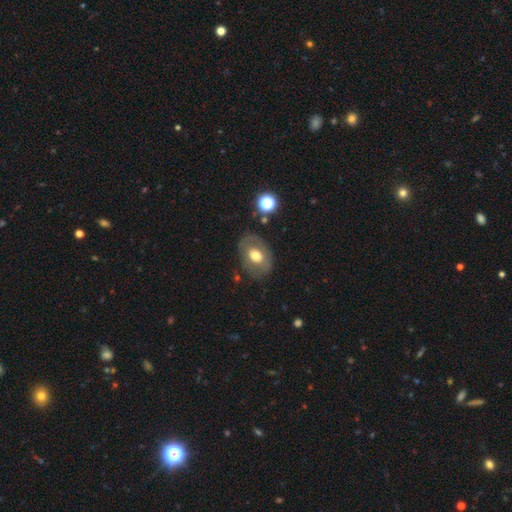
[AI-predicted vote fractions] smooth 53%, featured or disk 39%, star or artifact 8%. Down the decision tree: how rounded — in between (73%); merging — none (75%).